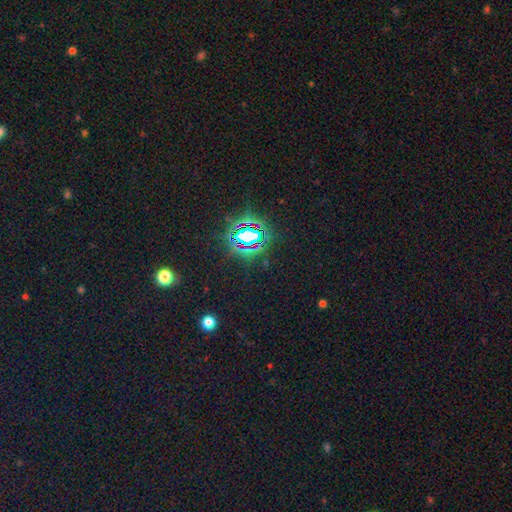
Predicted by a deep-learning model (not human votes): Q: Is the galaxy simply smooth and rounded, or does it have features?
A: star or artifact — 81%.